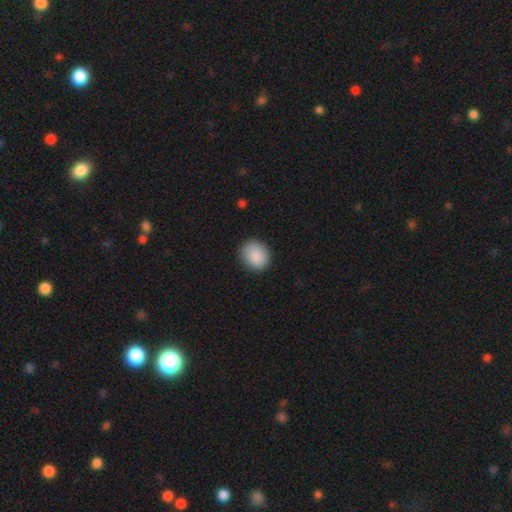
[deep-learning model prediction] The model was most divided on "how rounded": round: 65%, in between: 34%, cigar-shaped: 1%. More confident: smooth or featured — smooth (89%); merging — none (87%).